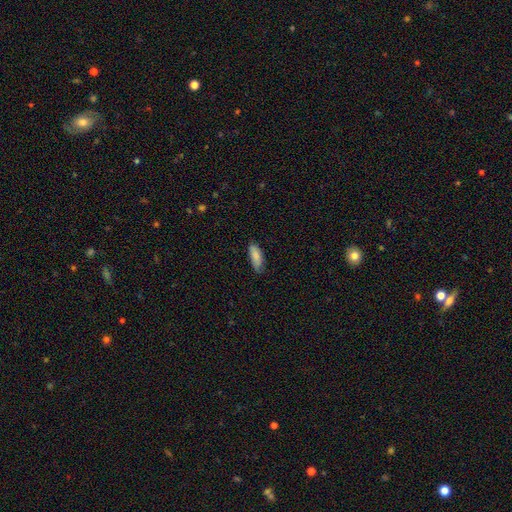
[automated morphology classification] Overall: smooth (87%). How rounded: in between (70%). Merging: none (75%).